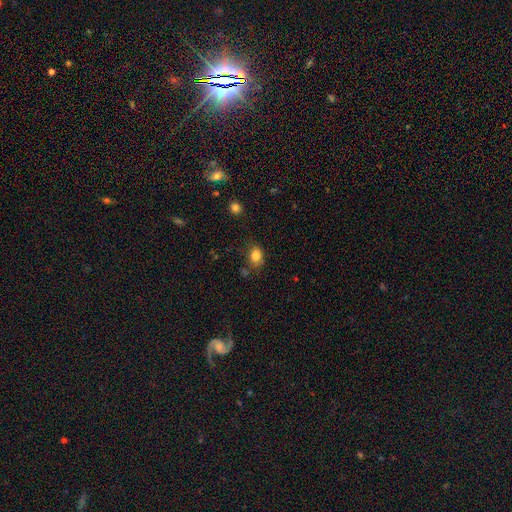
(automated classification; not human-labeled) Smooth or featured? Predicted: smooth (p=0.83). How rounded? Predicted: in between (p=0.58). Merging? Predicted: none (p=0.73).